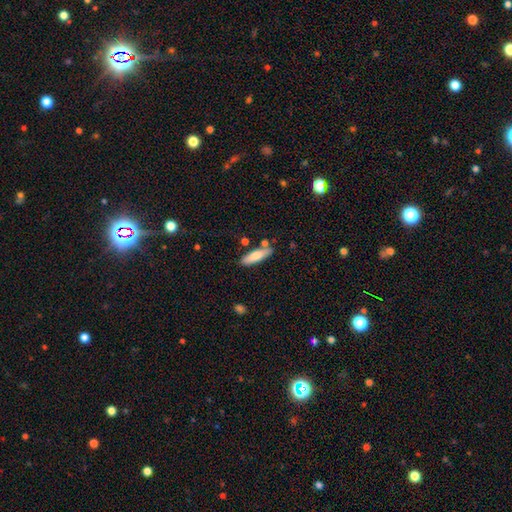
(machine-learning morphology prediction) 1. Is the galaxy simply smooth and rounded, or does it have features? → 75% smooth, 20% featured or disk, 6% star or artifact.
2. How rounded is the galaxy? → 60% cigar-shaped, 39% in between, 2% round.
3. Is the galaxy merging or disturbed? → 79% none, 13% minor disturbance, 6% merger, 3% major disturbance.